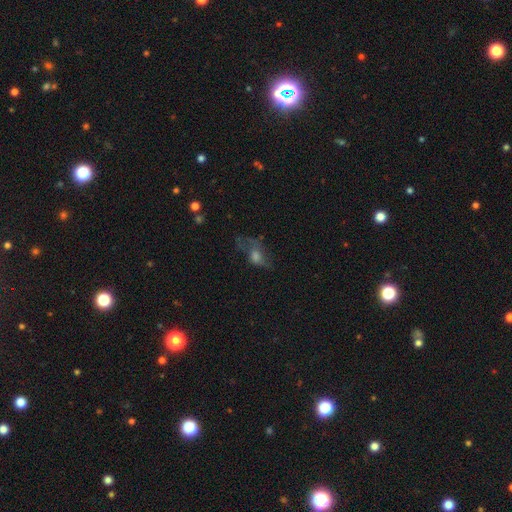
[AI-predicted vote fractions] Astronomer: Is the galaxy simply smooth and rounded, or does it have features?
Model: smooth — 40% (runner-up: featured or disk, 39%).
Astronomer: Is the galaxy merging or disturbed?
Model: none — 39% (runner-up: major disturbance, 37%).